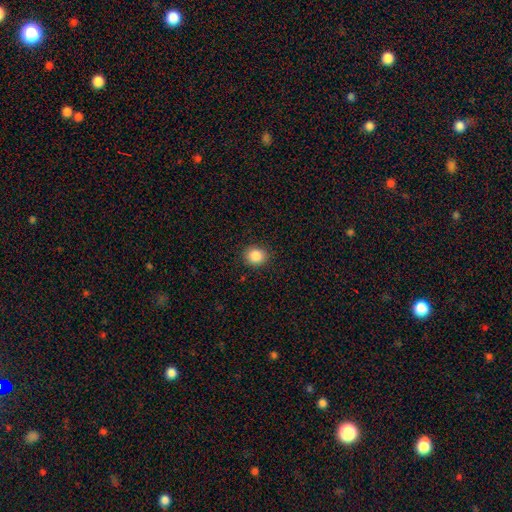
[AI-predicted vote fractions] This appears to be a smooth galaxy with no disk features (87%) that is round (78%). Merging: none (90%).